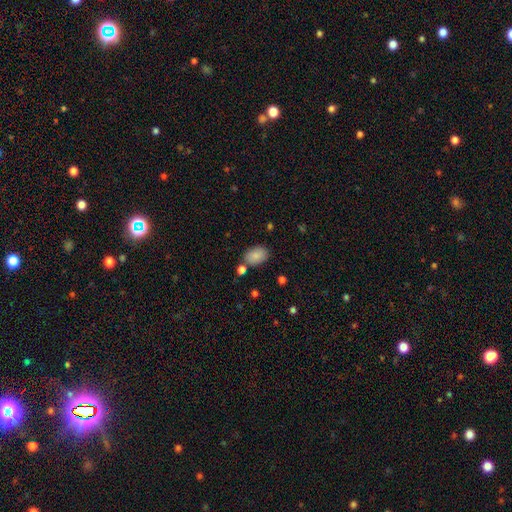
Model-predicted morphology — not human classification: Smooth or featured: smooth — 85% (star or artifact — 8%)
How rounded: in between — 89% (round — 10%)
Merging: none — 78% (minor disturbance — 12%)